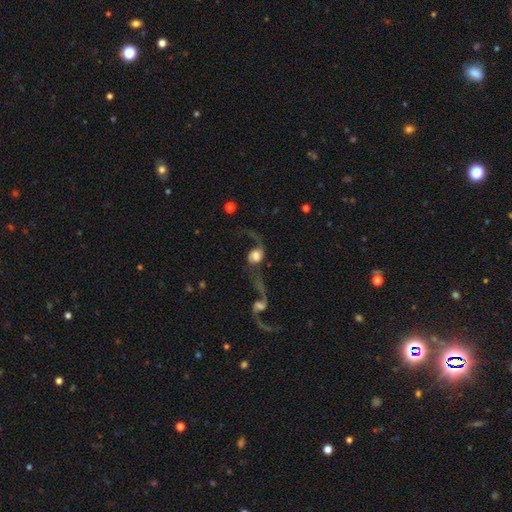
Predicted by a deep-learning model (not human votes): Smooth or featured: featured or disk — 62% (smooth — 30%)
Edge-on disk: no — 96% (yes — 4%)
Bar: no — 64% (weak — 28%)
Spiral arms: yes — 83% (no — 17%)
Bulge size: large — 41% (moderate — 30%)
Merging: merger — 39% (major disturbance — 27%)